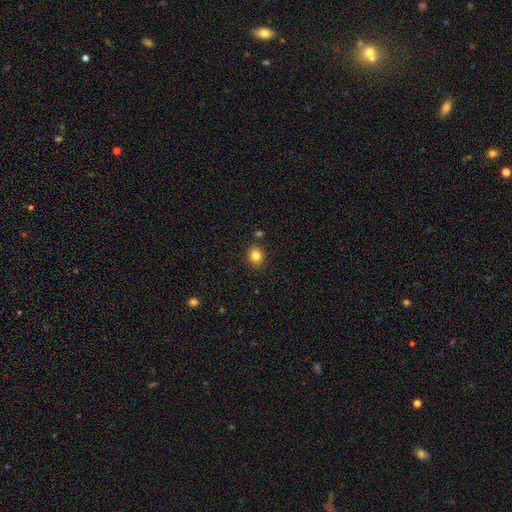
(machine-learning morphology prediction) smooth-or-featured: smooth: 83% | star or artifact: 11% | featured or disk: 6%
  how-rounded: round: 66% | in between: 33% | cigar-shaped: 1%
  merging: none: 86% | minor disturbance: 8% | merger: 3% | major disturbance: 2%